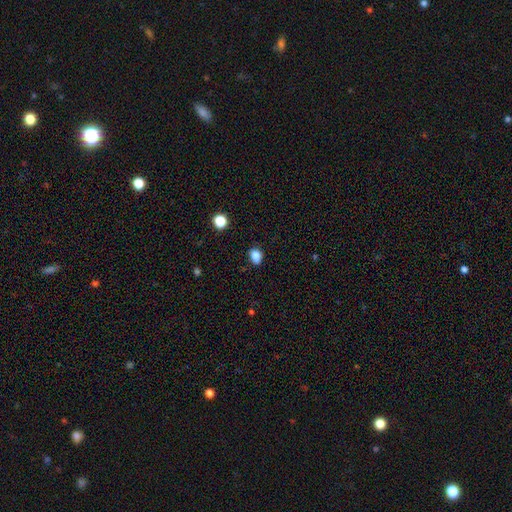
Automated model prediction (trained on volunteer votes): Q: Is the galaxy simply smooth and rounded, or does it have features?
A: smooth — 85%.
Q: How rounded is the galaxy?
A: in between — 66%.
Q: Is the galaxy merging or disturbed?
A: none — 77%.